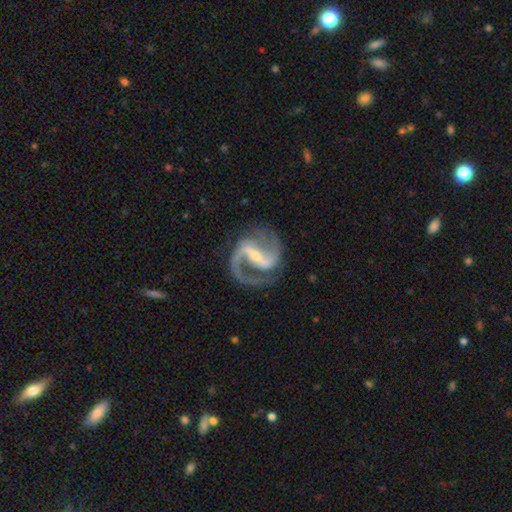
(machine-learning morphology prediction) Q: Smooth or featured?
A: featured or disk (93%); runner-up: star or artifact (4%)
Q: Edge-on disk?
A: no (98%); runner-up: yes (2%)
Q: Bar?
A: strong (63%); runner-up: weak (28%)
Q: Spiral arms?
A: yes (98%); runner-up: no (2%)
Q: Spiral winding?
A: medium (61%); runner-up: loose (23%)
Q: Spiral arm count?
A: 2 (92%); runner-up: 1 (3%)
Q: Bulge size?
A: small (62%); runner-up: moderate (34%)
Q: Merging?
A: none (76%); runner-up: minor disturbance (14%)